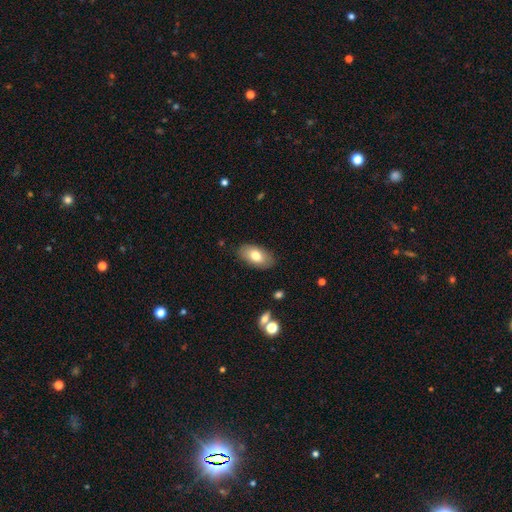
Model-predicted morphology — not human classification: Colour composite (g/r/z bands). It shows a smooth galaxy with no disk features (77%) that is in between round and cigar-shaped (93%). Merging: none (86%).